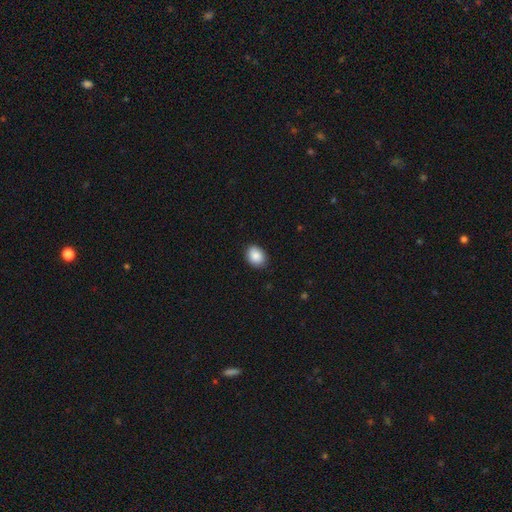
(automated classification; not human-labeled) The model was most divided on "how rounded": in between: 64%, round: 36%, cigar-shaped: 1%. More confident: smooth or featured — smooth (88%); merging — none (87%).